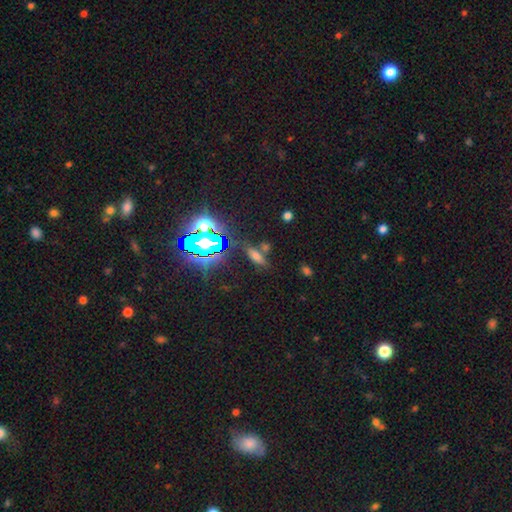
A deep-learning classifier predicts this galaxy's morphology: This is possibly a smooth galaxy (57%). How rounded: possibly in between (58%). Merging: likely none (70%).